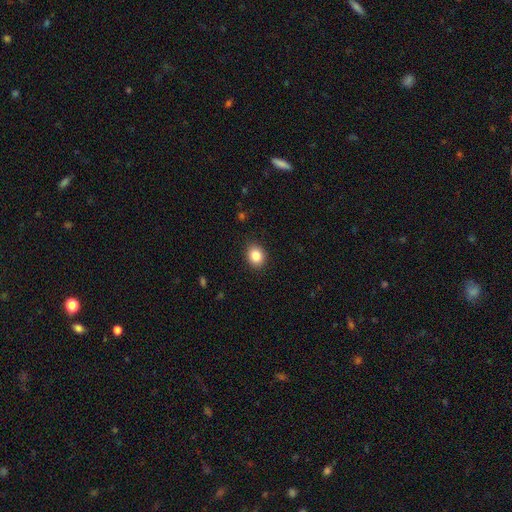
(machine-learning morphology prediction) smooth 85%, star or artifact 9%, featured or disk 6%. Down the decision tree: how rounded — round (55%); merging — none (89%).